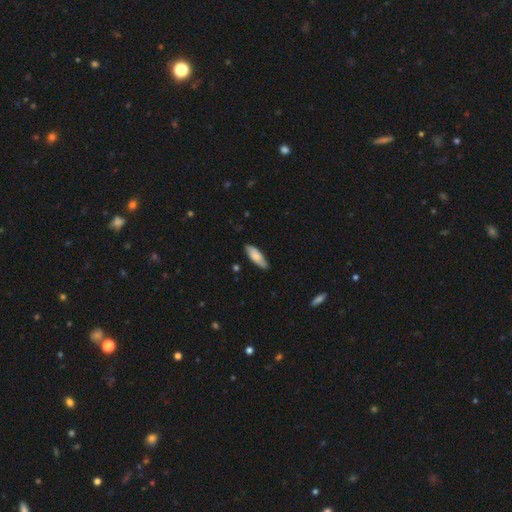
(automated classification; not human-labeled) Smooth or featured? smooth (76%)
How rounded? in between (64%)
Merging? none (82%)